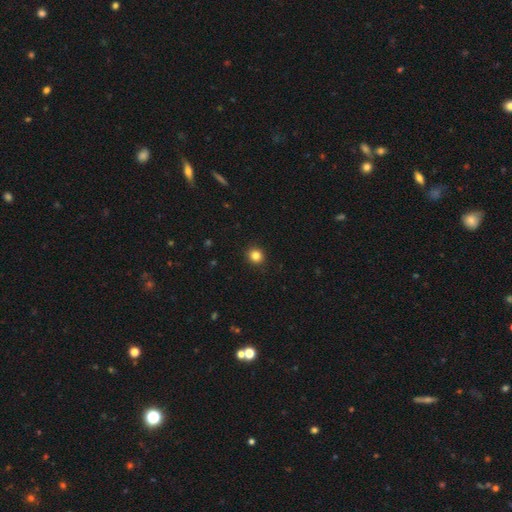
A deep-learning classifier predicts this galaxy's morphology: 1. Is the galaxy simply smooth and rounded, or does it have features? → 84% smooth, 12% star or artifact, 4% featured or disk.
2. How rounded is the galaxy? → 91% round, 8% in between, 1% cigar-shaped.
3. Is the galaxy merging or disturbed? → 93% none, 5% minor disturbance, 2% major disturbance, 1% merger.